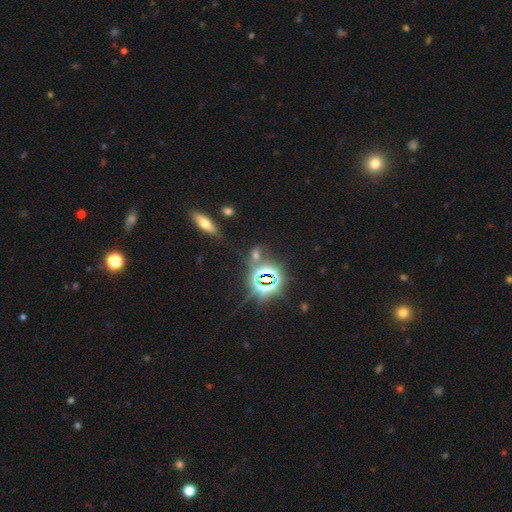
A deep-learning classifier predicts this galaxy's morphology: star or artifact 59%, smooth 30%, featured or disk 10%.